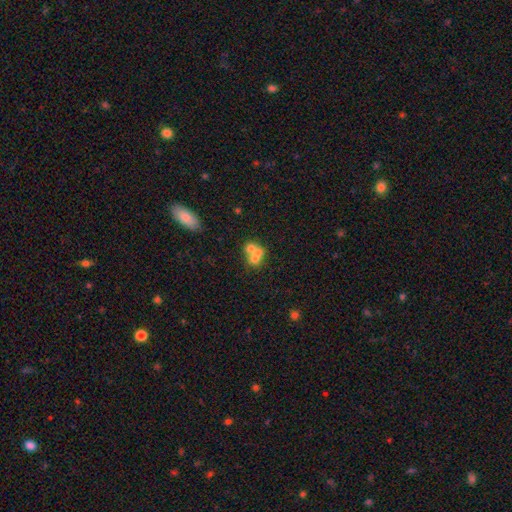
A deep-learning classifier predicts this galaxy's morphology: A smooth galaxy with no disk features (58%) that is round (64%).

Vote fractions:
- Smooth or featured? smooth: 58% / featured or disk: 29% / star or artifact: 13%
- How rounded? round: 64% / in between: 35% / cigar-shaped: 1%
- Merging? merger: 65% / none: 25% / minor disturbance: 6% / major disturbance: 4%